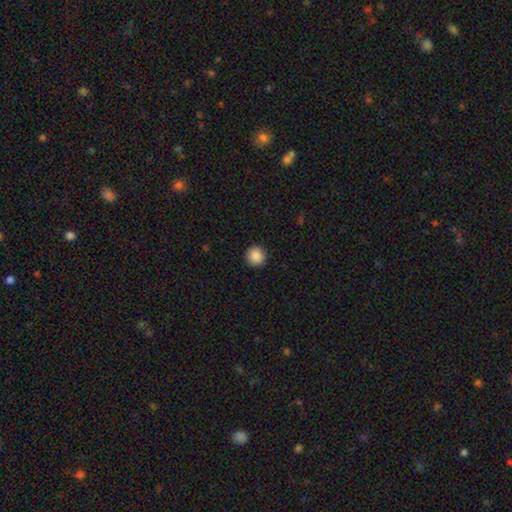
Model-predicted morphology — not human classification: smooth_or_featured: smooth (p=0.88) [alt: star or artifact p=0.09]
how_rounded: round (p=0.94) [alt: in between p=0.05]
merging: none (p=0.92) [alt: minor disturbance p=0.05]